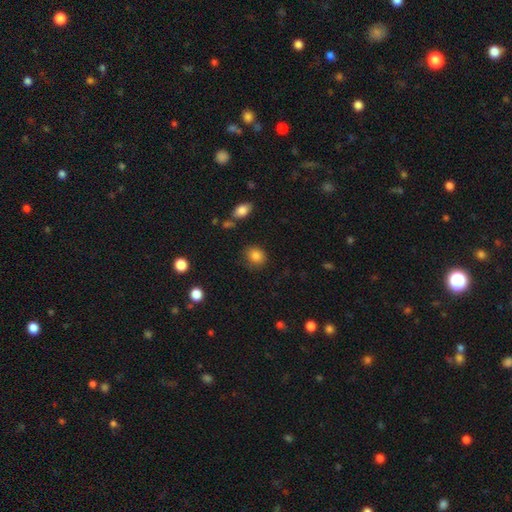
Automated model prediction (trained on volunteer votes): This appears to be a smooth galaxy with no disk features (86%) that is round (73%). Merging: none (78%).